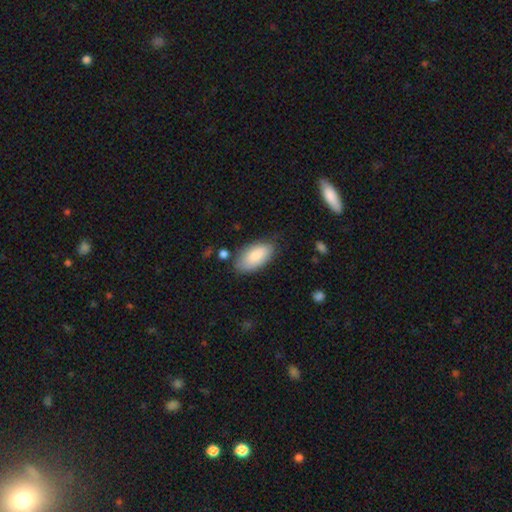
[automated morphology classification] The model was most divided on "merging": none: 75%, minor disturbance: 18%, major disturbance: 4%, merger: 3%. More confident: how rounded — in between (94%); smooth or featured — smooth (83%).